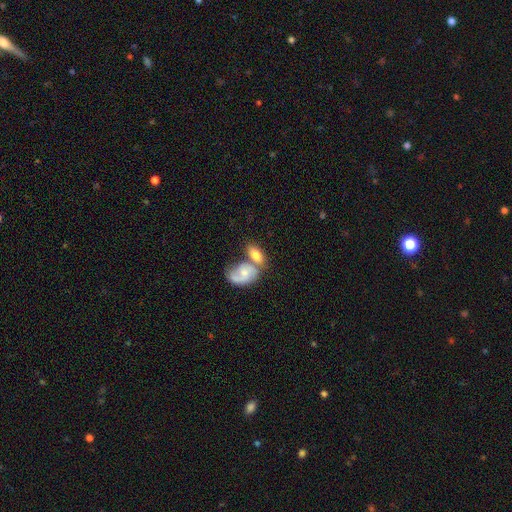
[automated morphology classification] The model was most divided on "merging": merger: 52%, none: 31%, minor disturbance: 12%, major disturbance: 6%. More confident: how rounded — in between (86%); smooth or featured — smooth (63%).